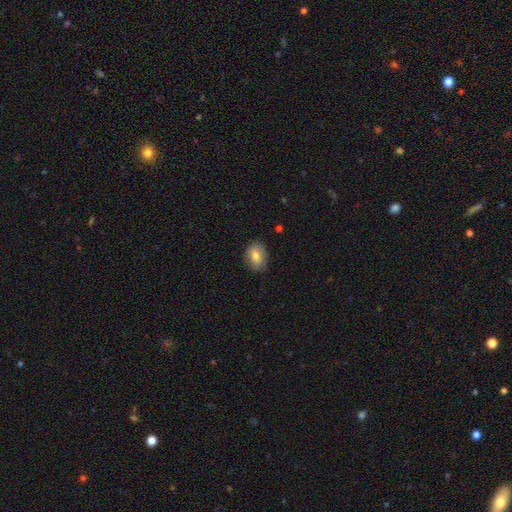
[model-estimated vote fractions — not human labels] A smooth galaxy with no disk features (79%) that is in between round and cigar-shaped (72%).

Vote fractions:
- Smooth or featured? smooth: 79% / featured or disk: 13% / star or artifact: 8%
- How rounded? in between: 72% / round: 27% / cigar-shaped: 1%
- Merging? none: 79% / minor disturbance: 17% / major disturbance: 3% / merger: 1%